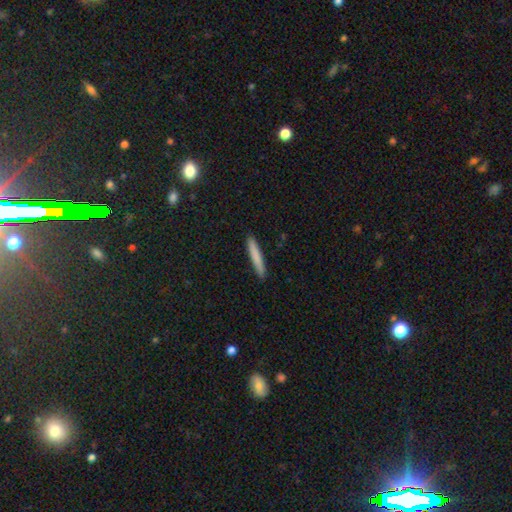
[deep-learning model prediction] smooth 79%, featured or disk 15%, star or artifact 6%. Down the decision tree: how rounded — cigar-shaped (95%); merging — none (91%).